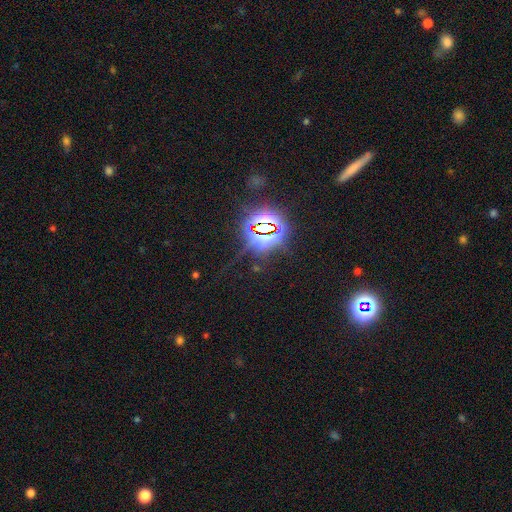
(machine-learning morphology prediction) Q: Smooth or featured?
A: star or artifact (79%); runner-up: smooth (13%)